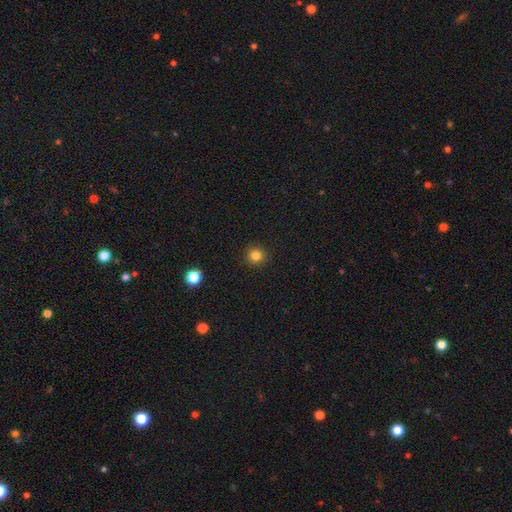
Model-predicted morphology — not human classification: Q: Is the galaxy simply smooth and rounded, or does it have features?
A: smooth — 82%.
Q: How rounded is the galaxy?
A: round — 93%.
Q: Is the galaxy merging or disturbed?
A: none — 92%.